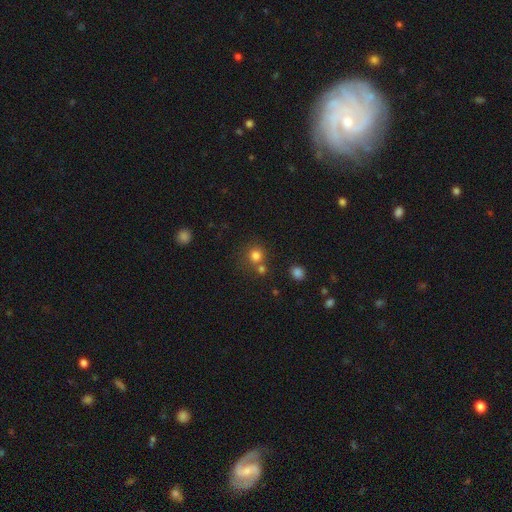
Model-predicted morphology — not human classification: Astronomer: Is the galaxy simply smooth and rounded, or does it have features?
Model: smooth — 78%.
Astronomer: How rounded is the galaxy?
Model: round — 90%.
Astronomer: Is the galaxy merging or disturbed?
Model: none — 64%.